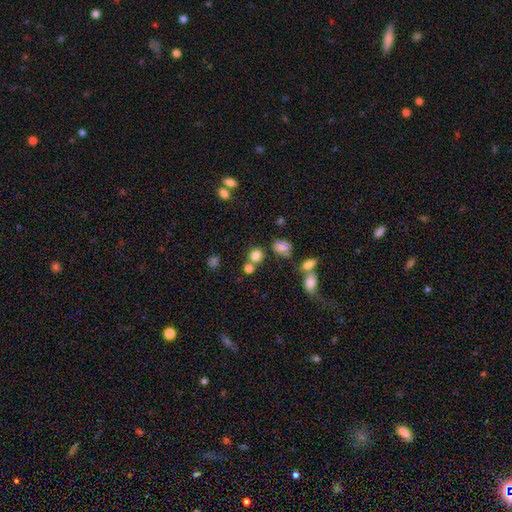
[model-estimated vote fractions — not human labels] The model was most divided on "merging": none: 62%, merger: 22%, minor disturbance: 11%, major disturbance: 5%. More confident: how rounded — round (79%); smooth or featured — smooth (77%).